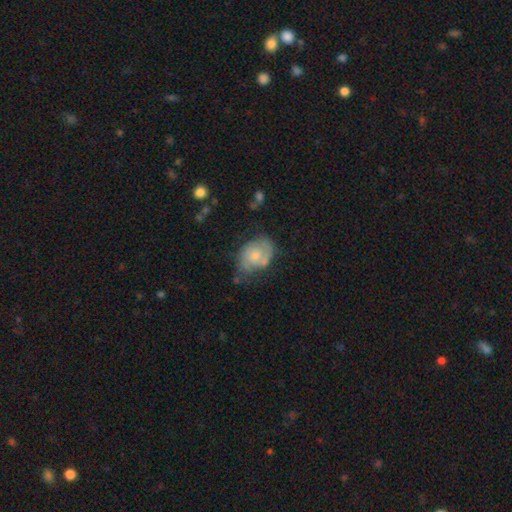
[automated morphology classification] featured or disk 52%, smooth 41%, star or artifact 7%. Down the decision tree: edge-on disk — no (97%); bar — no (74%); spiral arms — yes (75%); bulge size — small (43%); merging — none (46%).